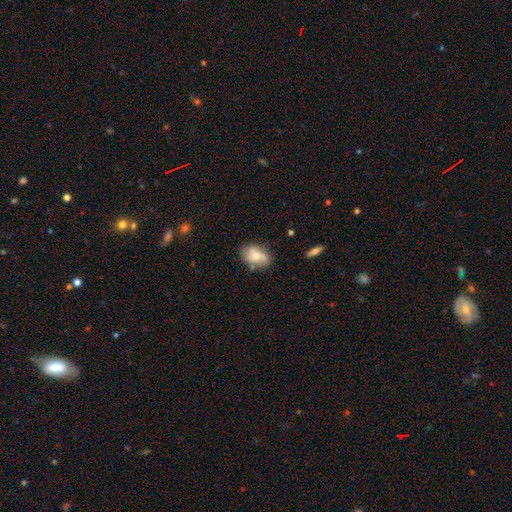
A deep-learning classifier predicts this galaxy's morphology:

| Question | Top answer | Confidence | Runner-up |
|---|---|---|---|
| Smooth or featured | smooth | 56% | featured or disk (36%) |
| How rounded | in between | 83% | round (15%) |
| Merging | none | 63% | minor disturbance (24%) |